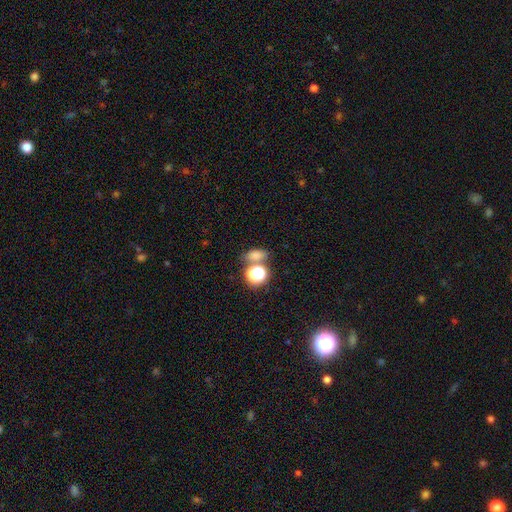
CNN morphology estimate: A smooth galaxy with no disk features (71%) that is in between round and cigar-shaped (65%).

Vote fractions:
- Smooth or featured? smooth: 71% / star or artifact: 21% / featured or disk: 8%
- How rounded? in between: 65% / round: 31% / cigar-shaped: 4%
- Merging? none: 63% / merger: 21% / minor disturbance: 11% / major disturbance: 5%